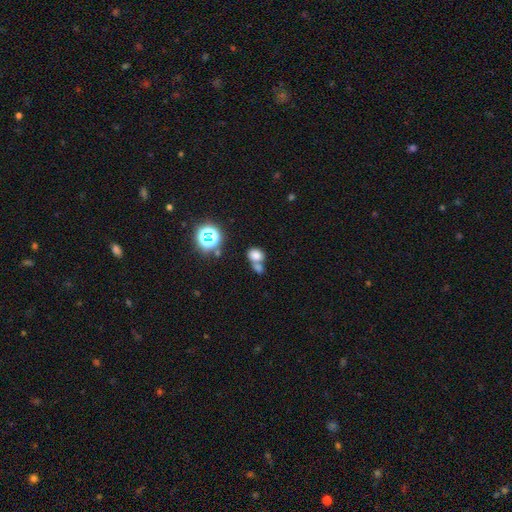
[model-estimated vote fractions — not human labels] Overall: smooth (73%). How rounded: in between (50%; round 48%). Merging: merger (51%; none 36%).